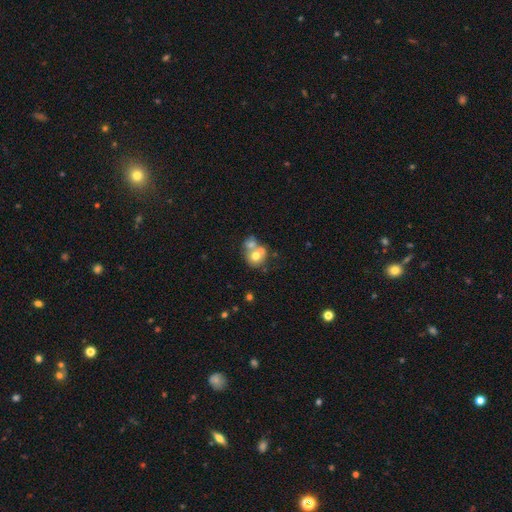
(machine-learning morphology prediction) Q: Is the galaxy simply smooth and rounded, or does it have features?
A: smooth — 63%.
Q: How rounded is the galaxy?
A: round — 70%.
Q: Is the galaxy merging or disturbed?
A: merger — 61%.